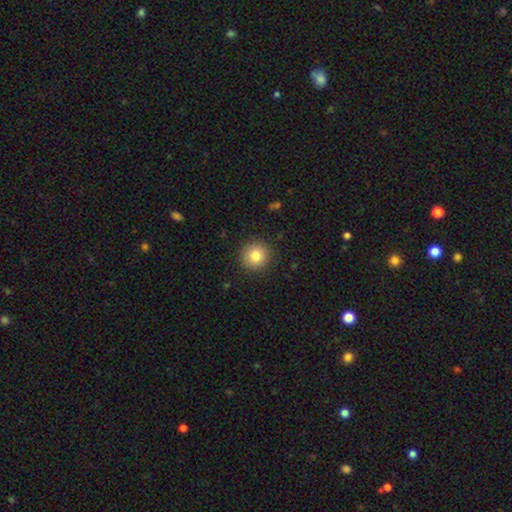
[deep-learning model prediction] Smooth or featured: smooth — 82% (star or artifact — 10%)
How rounded: round — 92% (in between — 7%)
Merging: none — 90% (minor disturbance — 7%)